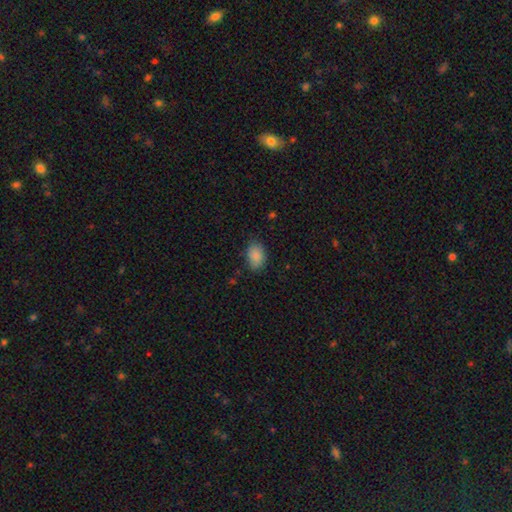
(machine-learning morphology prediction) smooth_or_featured: smooth (p=0.88) [alt: star or artifact p=0.08]
how_rounded: in between (p=0.84) [alt: round p=0.15]
merging: none (p=0.80) [alt: minor disturbance p=0.15]